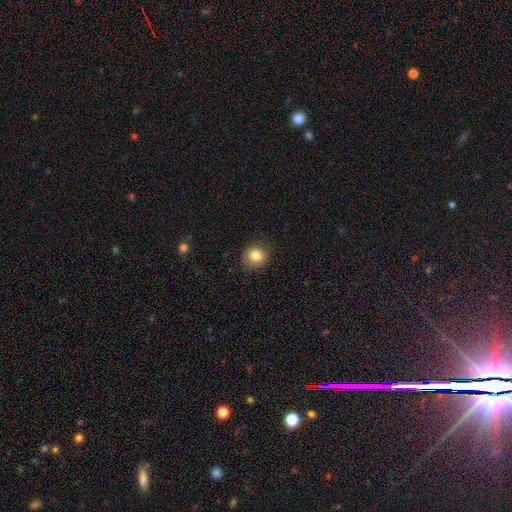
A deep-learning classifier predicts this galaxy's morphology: Smooth or featured? smooth (82%)
How rounded? round (82%)
Merging? none (87%)